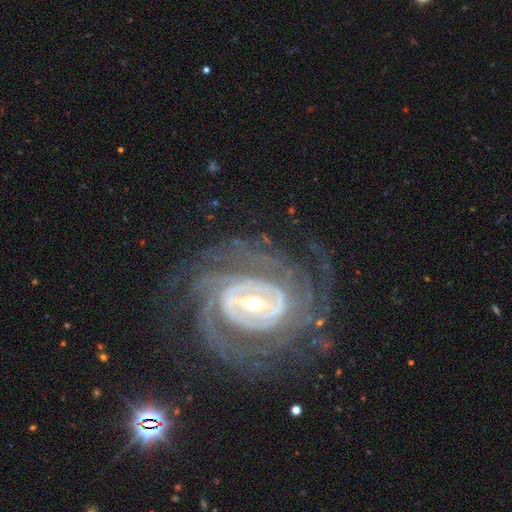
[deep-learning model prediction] This is clearly a featured or disk galaxy (90%). It is clearly not viewed edge-on (96%). Bar: possibly strong (50%). Spiral arm pattern: clearly yes (96%). Spiral arm count: marginally can't tell (27%). Spiral winding: likely tight (72%). Central bulge: possibly small (53%). Merging: likely none (72%).